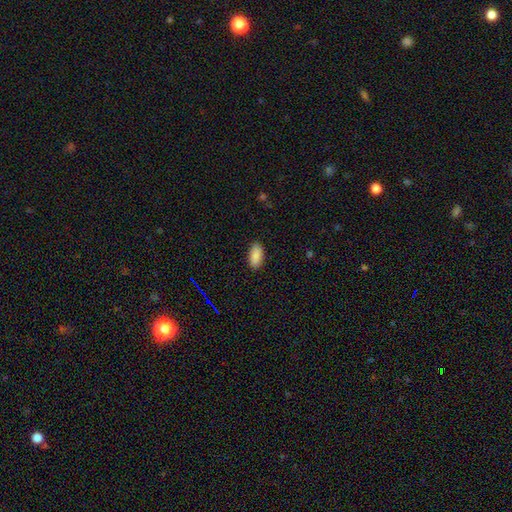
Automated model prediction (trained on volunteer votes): smooth_or_featured: smooth (p=0.88) [alt: star or artifact p=0.07]
how_rounded: in between (p=0.92) [alt: cigar-shaped p=0.06]
merging: none (p=0.88) [alt: minor disturbance p=0.09]